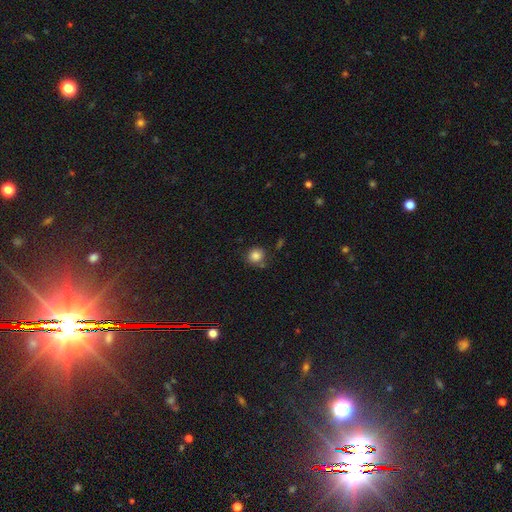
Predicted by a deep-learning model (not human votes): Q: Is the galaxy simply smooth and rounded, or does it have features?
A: smooth — 84%.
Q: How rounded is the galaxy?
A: round — 84%.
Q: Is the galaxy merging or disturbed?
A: none — 72%.